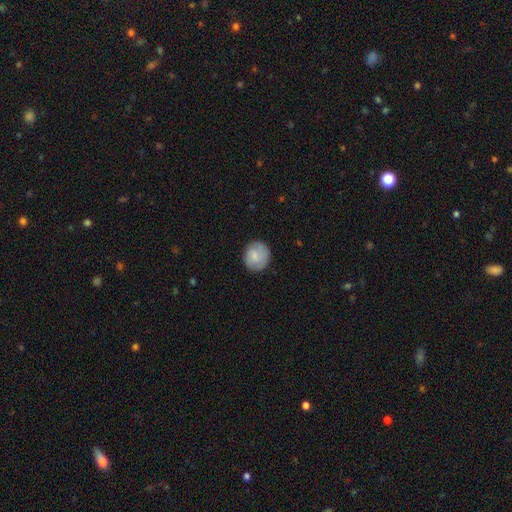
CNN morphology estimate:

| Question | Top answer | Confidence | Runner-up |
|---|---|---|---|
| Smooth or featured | smooth | 76% | featured or disk (17%) |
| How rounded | round | 84% | in between (15%) |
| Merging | none | 81% | minor disturbance (15%) |